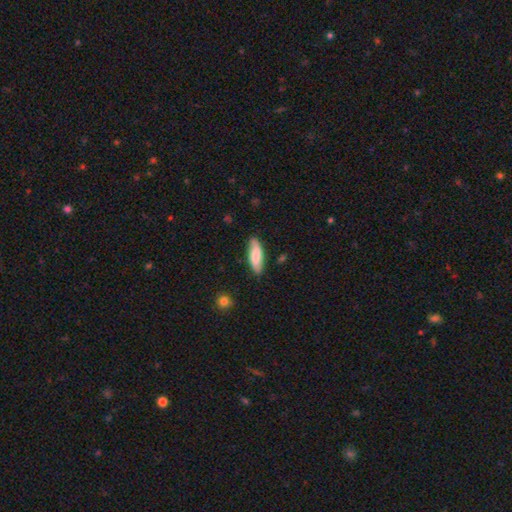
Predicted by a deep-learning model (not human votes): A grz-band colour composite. It shows a smooth galaxy with no disk features (71%) that is in between round and cigar-shaped (60%). Merging: none (82%).